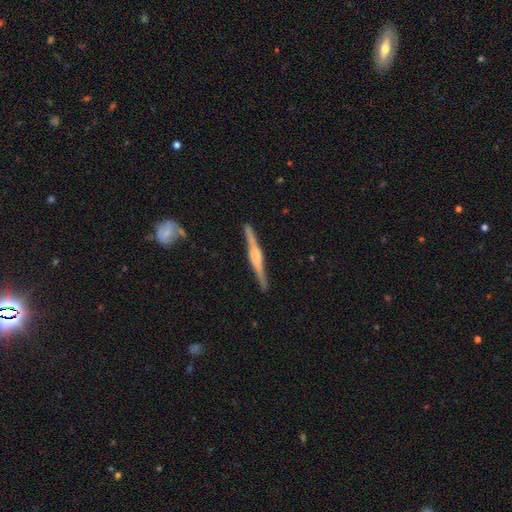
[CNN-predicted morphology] Overall: featured or disk (78%). Edge-on disk: yes (98%). Edge-on bulge: rounded (54%; boxy 36%). Merging: none (88%).